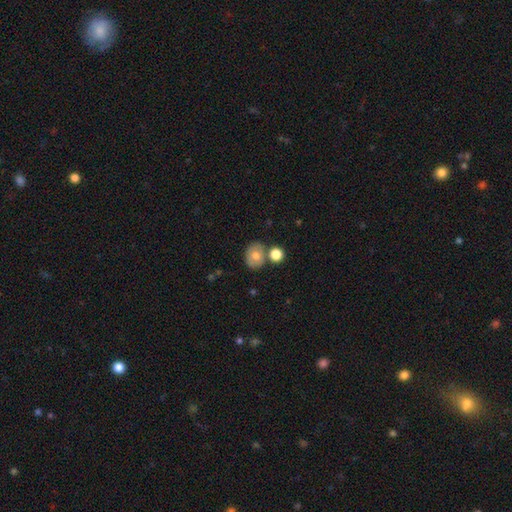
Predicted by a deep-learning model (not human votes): Smooth or featured: smooth — 68% (featured or disk — 23%)
How rounded: round — 54% (in between — 45%)
Merging: none — 61% (merger — 21%)